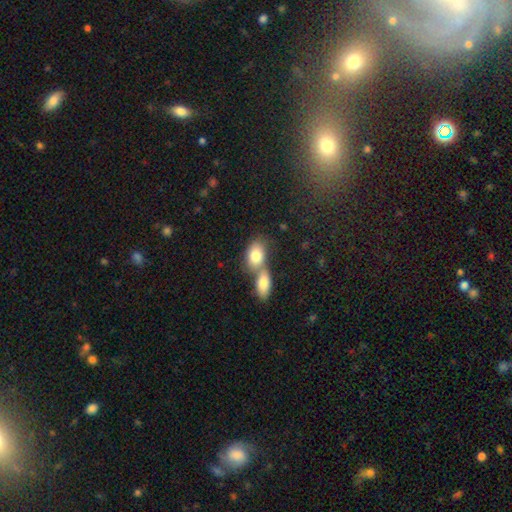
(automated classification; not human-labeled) This appears to be a smooth galaxy with no disk features (81%) that is in between round and cigar-shaped (86%). Merging: merger (64%).